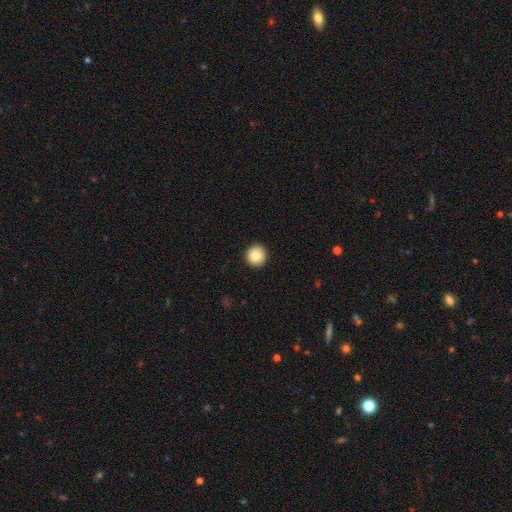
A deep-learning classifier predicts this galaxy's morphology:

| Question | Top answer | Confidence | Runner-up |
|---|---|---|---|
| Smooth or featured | smooth | 86% | star or artifact (9%) |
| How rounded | round | 95% | in between (4%) |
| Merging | none | 92% | minor disturbance (5%) |